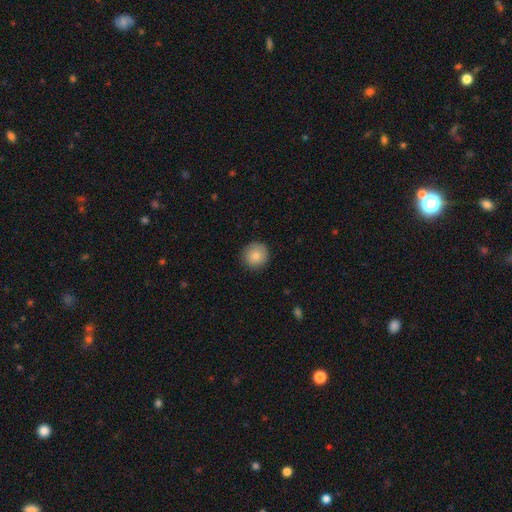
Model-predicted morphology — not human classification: smooth 83%, star or artifact 9%, featured or disk 8%. Down the decision tree: how rounded — round (94%); merging — none (89%).